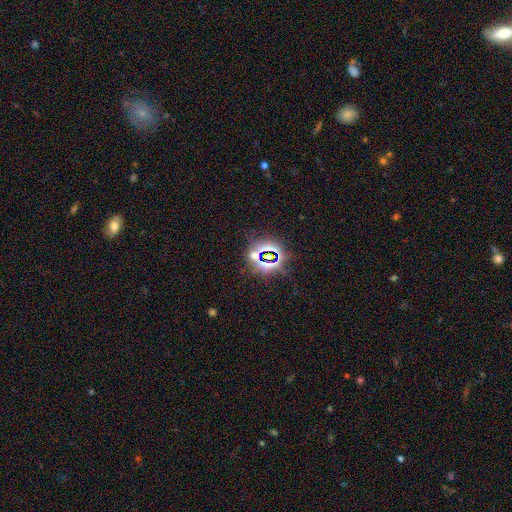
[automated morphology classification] Smooth or featured? Predicted: star or artifact (p=0.75).